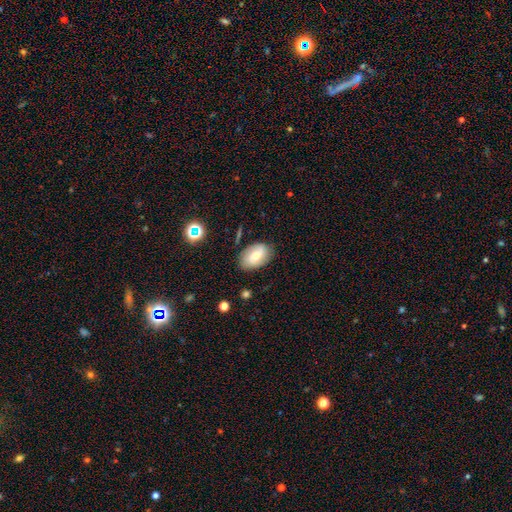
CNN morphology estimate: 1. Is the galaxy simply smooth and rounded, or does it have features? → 56% smooth, 36% featured or disk, 8% star or artifact.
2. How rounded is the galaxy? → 89% in between, 10% round, 2% cigar-shaped.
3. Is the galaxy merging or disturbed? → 78% none, 16% minor disturbance, 4% major disturbance, 2% merger.